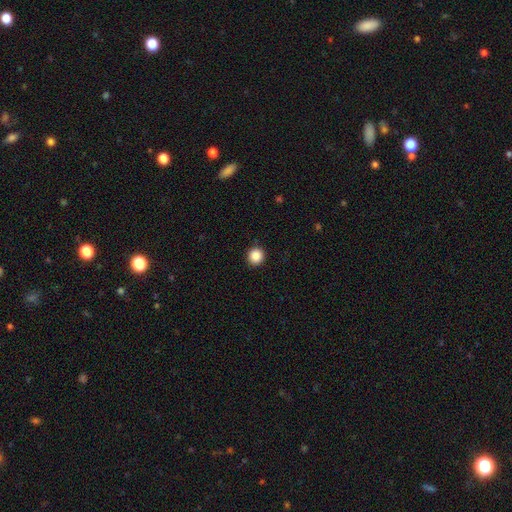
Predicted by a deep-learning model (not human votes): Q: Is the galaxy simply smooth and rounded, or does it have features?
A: smooth — 88%.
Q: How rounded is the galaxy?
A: round — 94%.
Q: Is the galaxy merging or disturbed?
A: none — 93%.